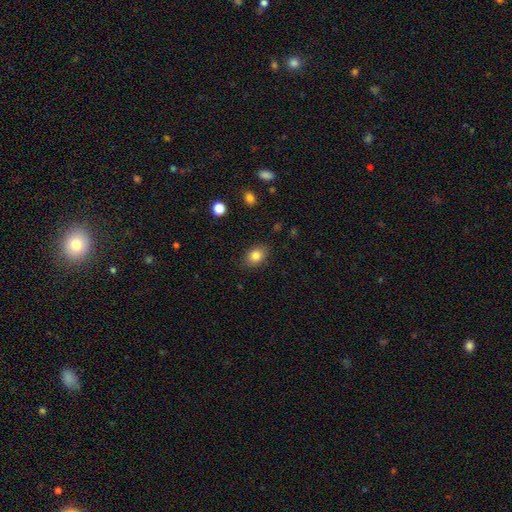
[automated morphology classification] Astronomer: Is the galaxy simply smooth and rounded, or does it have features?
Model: smooth — 82%.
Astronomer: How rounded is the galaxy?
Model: in between — 74%.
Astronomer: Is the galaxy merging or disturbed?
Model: none — 85%.